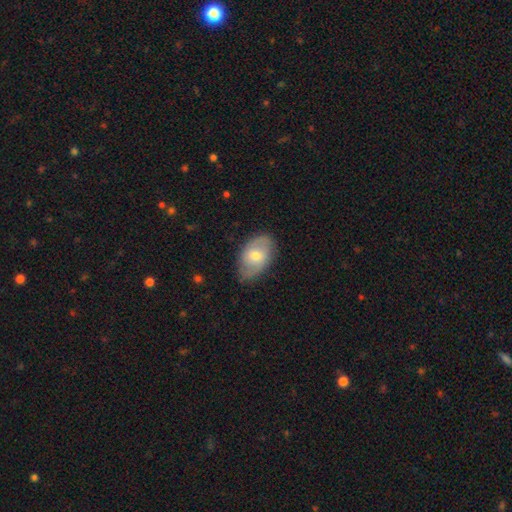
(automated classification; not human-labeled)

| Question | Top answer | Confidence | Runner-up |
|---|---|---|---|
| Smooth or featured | featured or disk | 50% | smooth (44%) |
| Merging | none | 75% | minor disturbance (19%) |